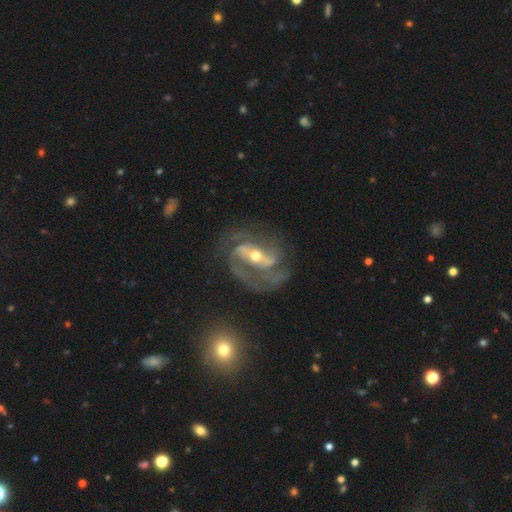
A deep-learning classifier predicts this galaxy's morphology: Smooth or featured: featured or disk — 89% (star or artifact — 6%)
Edge-on disk: no — 96% (yes — 4%)
Bar: strong — 51% (weak — 32%)
Spiral arms: yes — 95% (no — 5%)
Spiral winding: medium — 51% (tight — 31%)
Spiral arm count: 2 — 64% (3 — 16%)
Bulge size: moderate — 50% (small — 45%)
Merging: none — 58% (minor disturbance — 18%)